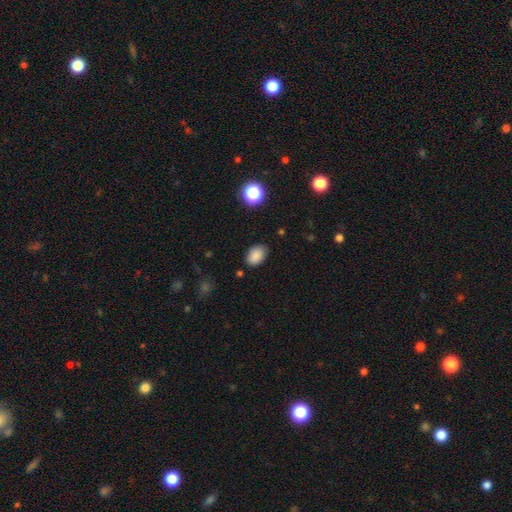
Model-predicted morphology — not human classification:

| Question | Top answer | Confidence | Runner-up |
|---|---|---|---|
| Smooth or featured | smooth | 86% | star or artifact (10%) |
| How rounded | in between | 81% | round (18%) |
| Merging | none | 80% | minor disturbance (15%) |